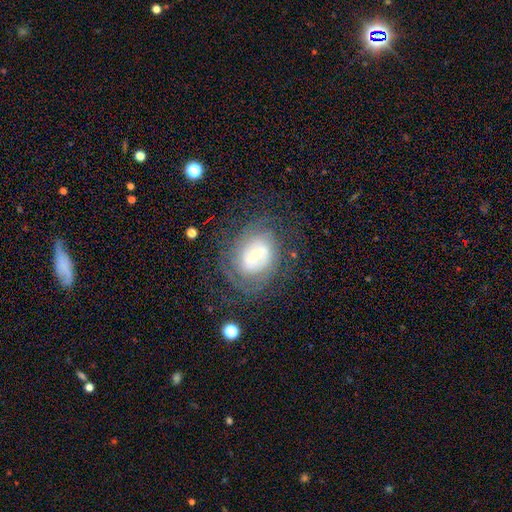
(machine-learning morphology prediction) A featured or disk galaxy (74%) with a weak bar (47%), tight (60%) spiral arms (82%) and a small central bulge (46%).

Vote fractions:
- Smooth or featured? featured or disk: 74% / smooth: 17% / star or artifact: 8%
- Edge-on disk? no: 96% / yes: 4%
- Bar? weak: 47% / no: 28% / strong: 26%
- Spiral arms? yes: 82% / no: 18%
- Spiral winding? tight: 60% / medium: 28% / loose: 12%
- Spiral arm count? can't tell: 46% / 2: 29% / 3: 10% / 4: 6% / 1: 5% / more than 4: 4%
- Bulge size? small: 46% / moderate: 43% / large: 7% / dominant: 2% / none: 2%
- Merging? none: 70% / minor disturbance: 16% / major disturbance: 12% / merger: 2%